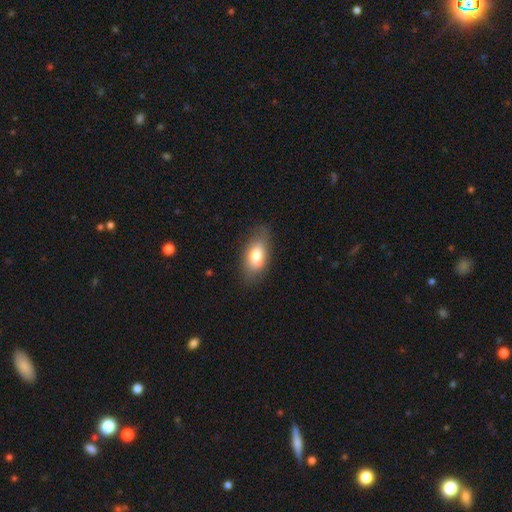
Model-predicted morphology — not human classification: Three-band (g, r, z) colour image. It shows a smooth galaxy with no disk features (77%) that is in between round and cigar-shaped (88%). Merging: none (77%).